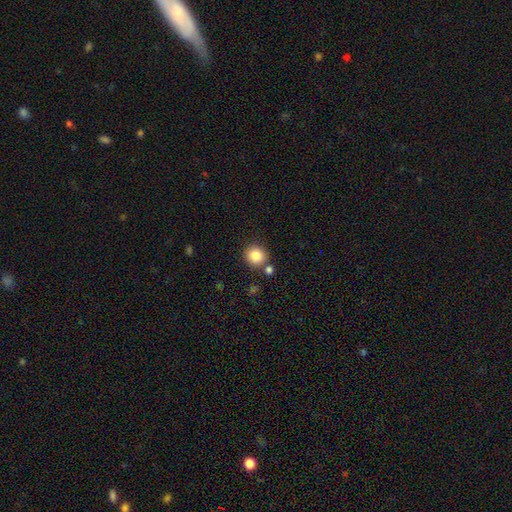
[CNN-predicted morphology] type=smooth (85%); roundness=round (90%); merging=none (81%).